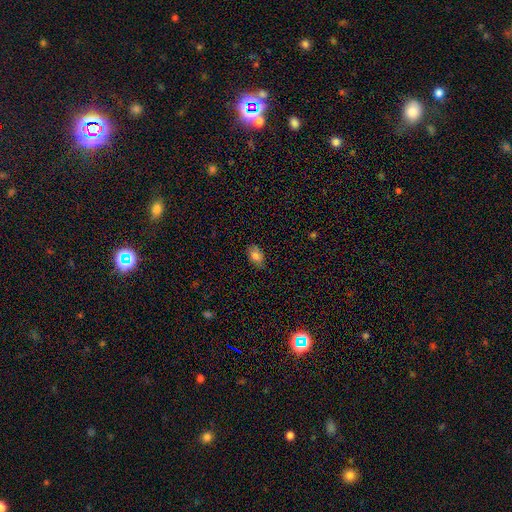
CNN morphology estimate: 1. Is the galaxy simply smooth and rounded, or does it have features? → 80% smooth, 11% featured or disk, 9% star or artifact.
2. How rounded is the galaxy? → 88% in between, 10% round, 2% cigar-shaped.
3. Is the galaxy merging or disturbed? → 78% none, 18% minor disturbance, 3% major disturbance, 1% merger.